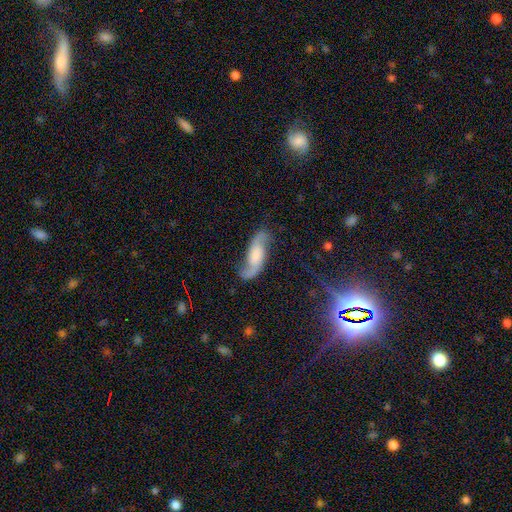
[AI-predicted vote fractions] Smooth or featured? featured or disk (78%)
Edge-on disk? no (92%)
Bar? no (54%)
Spiral arms? yes (96%)
Spiral winding? loose (60%)
Spiral arm count? 2 (91%)
Bulge size? none (29%)
Merging? none (72%)